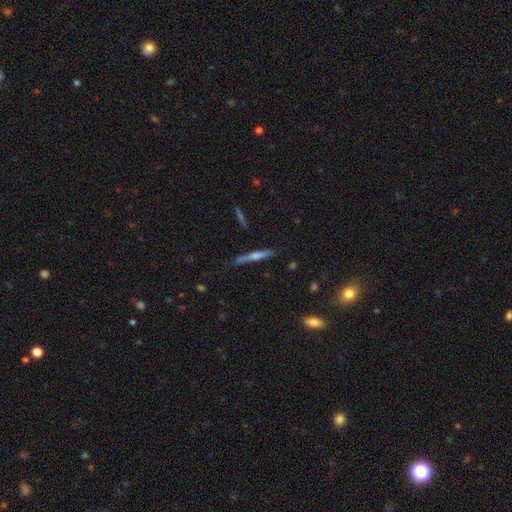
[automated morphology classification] Q: Smooth or featured?
A: featured or disk (57%); runner-up: smooth (34%)
Q: Edge-on disk?
A: yes (96%); runner-up: no (4%)
Q: Edge-on bulge?
A: rounded (69%); runner-up: none (20%)
Q: Merging?
A: none (74%); runner-up: minor disturbance (19%)